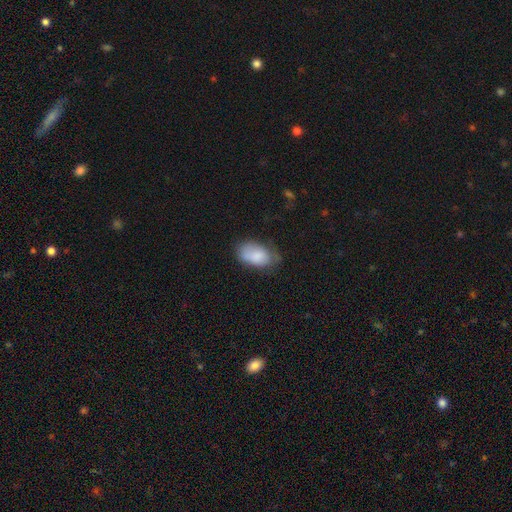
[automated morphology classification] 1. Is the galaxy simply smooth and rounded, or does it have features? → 82% smooth, 11% featured or disk, 7% star or artifact.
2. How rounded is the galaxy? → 92% in between, 6% round, 2% cigar-shaped.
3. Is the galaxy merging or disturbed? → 51% none, 34% minor disturbance, 12% major disturbance, 3% merger.